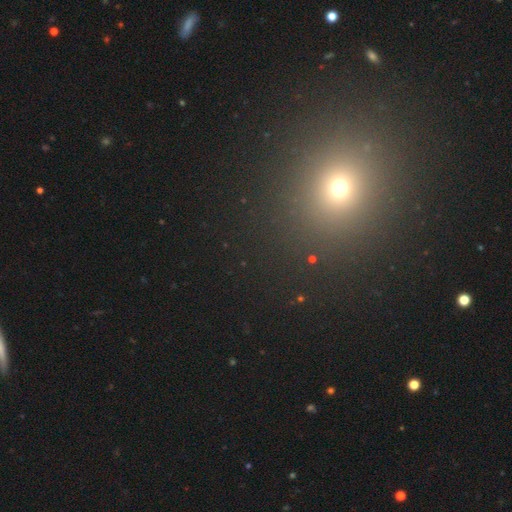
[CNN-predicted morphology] smooth 50%, star or artifact 43%, featured or disk 7%. Down the decision tree: how rounded — round (81%); merging — none (92%).